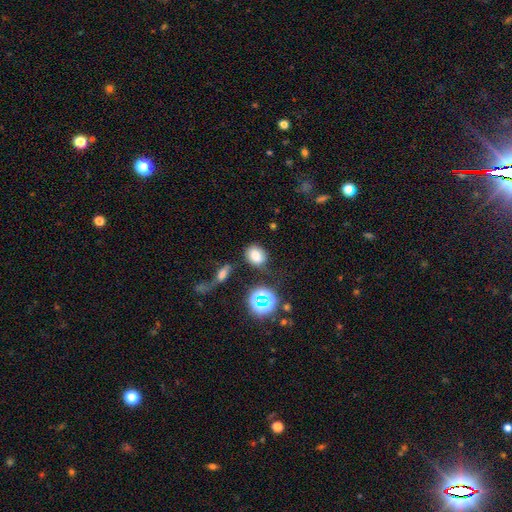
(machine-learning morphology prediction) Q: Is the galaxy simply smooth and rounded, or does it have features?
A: smooth — 76%.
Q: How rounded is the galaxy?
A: in between — 50%.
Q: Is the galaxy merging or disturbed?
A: none — 69%.